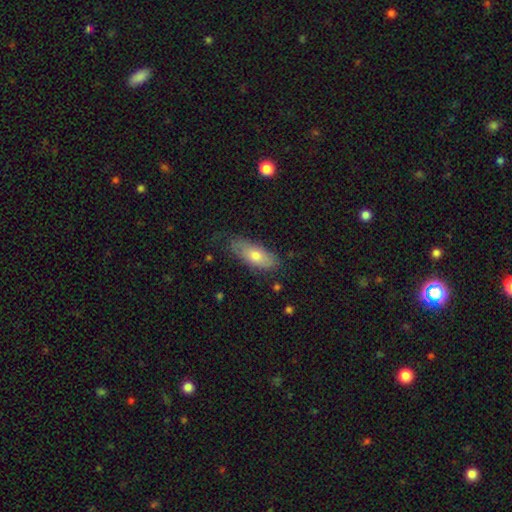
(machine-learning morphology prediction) type=smooth (69%); roundness=in between (78%); merging=none (68%).